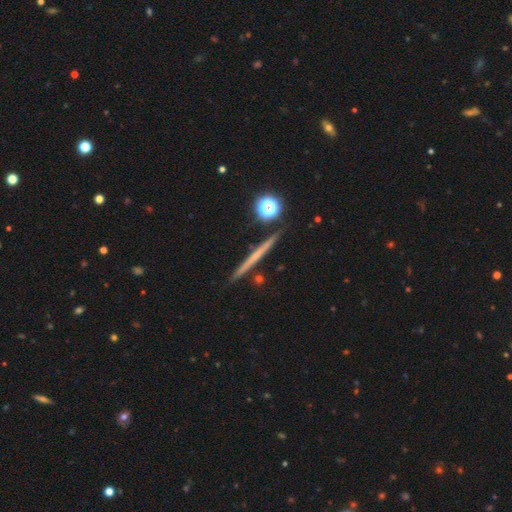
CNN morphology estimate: Q: Smooth or featured?
A: featured or disk (55%); runner-up: smooth (37%)
Q: Edge-on disk?
A: yes (97%); runner-up: no (3%)
Q: Edge-on bulge?
A: none (87%); runner-up: rounded (10%)
Q: Merging?
A: none (90%); runner-up: minor disturbance (6%)